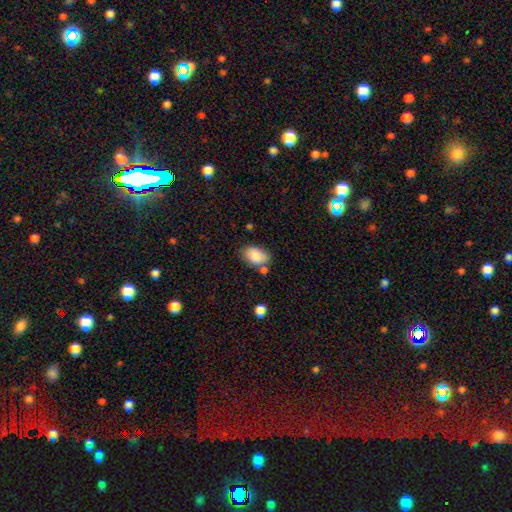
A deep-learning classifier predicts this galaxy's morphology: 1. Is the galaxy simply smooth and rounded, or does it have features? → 85% smooth, 7% featured or disk, 7% star or artifact.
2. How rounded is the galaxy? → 89% in between, 10% round, 1% cigar-shaped.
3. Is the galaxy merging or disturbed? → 65% none, 18% minor disturbance, 12% merger, 5% major disturbance.